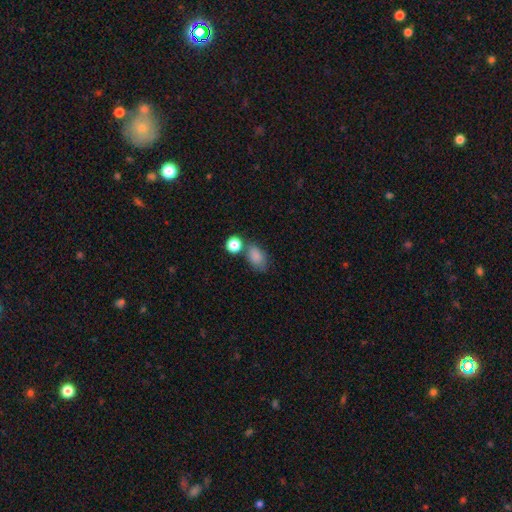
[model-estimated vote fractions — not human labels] smooth 83%, star or artifact 10%, featured or disk 7%. Down the decision tree: how rounded — in between (81%); merging — none (54%).